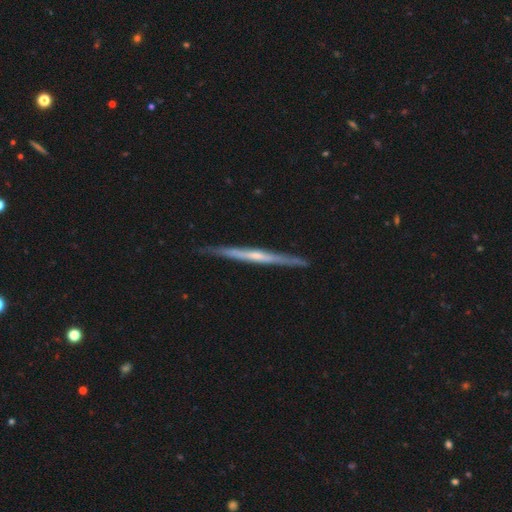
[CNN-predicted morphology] This appears to be a featured or disk galaxy (73%) viewed edge-on (97%) with no central bulge (52%). Merging: none (89%).